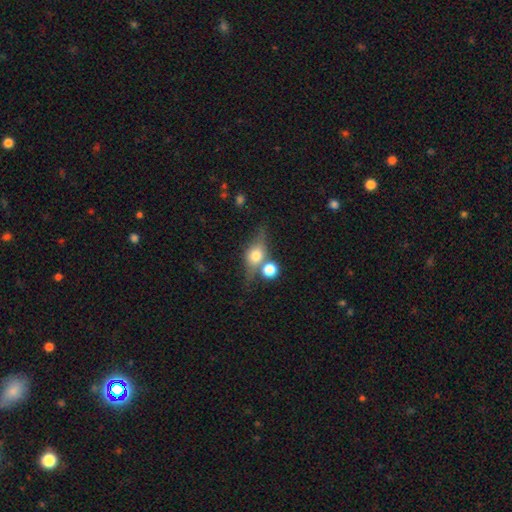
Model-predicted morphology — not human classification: Overall: smooth (46%; featured or disk 44%). Merging: none (52%; merger 25%).